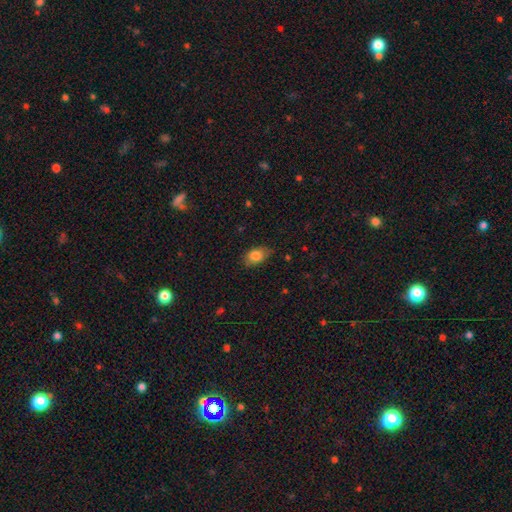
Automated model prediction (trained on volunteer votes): smooth 82%, featured or disk 10%, star or artifact 8%. Down the decision tree: how rounded — in between (84%); merging — none (77%).